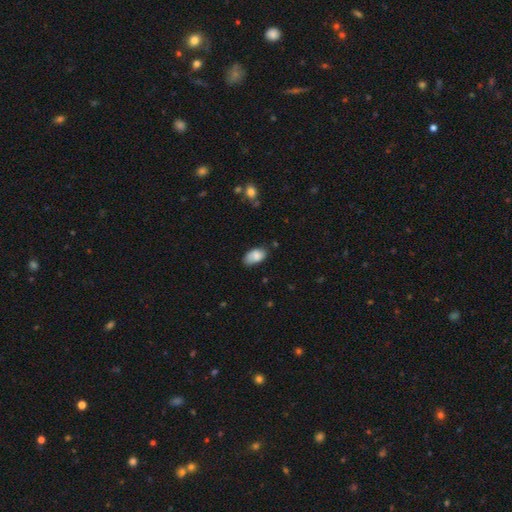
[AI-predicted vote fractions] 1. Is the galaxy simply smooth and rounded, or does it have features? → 79% smooth, 13% featured or disk, 7% star or artifact.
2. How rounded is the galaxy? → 93% in between, 6% round, 2% cigar-shaped.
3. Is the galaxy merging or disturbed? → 62% none, 28% minor disturbance, 6% major disturbance, 3% merger.